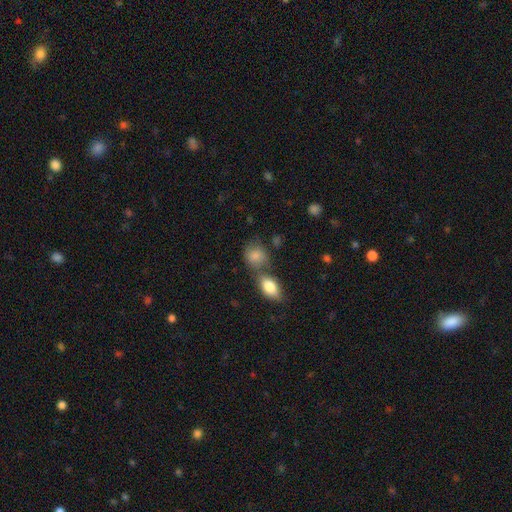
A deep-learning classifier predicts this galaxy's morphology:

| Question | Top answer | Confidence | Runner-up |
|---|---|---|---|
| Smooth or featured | smooth | 82% | featured or disk (10%) |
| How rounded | round | 55% | in between (43%) |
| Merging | none | 45% | merger (33%) |